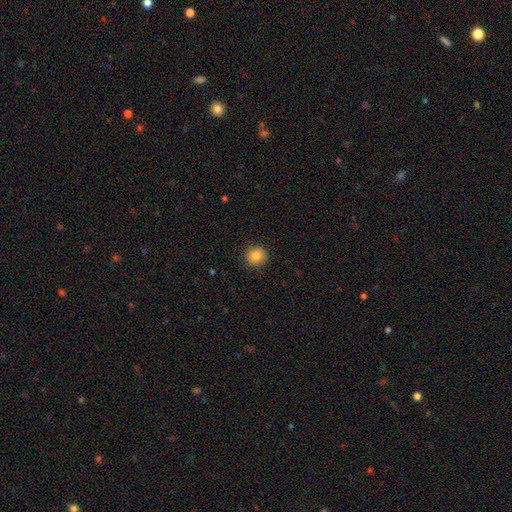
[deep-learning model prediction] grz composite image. It shows a smooth galaxy with no disk features (84%) that is round (91%). Merging: none (89%).